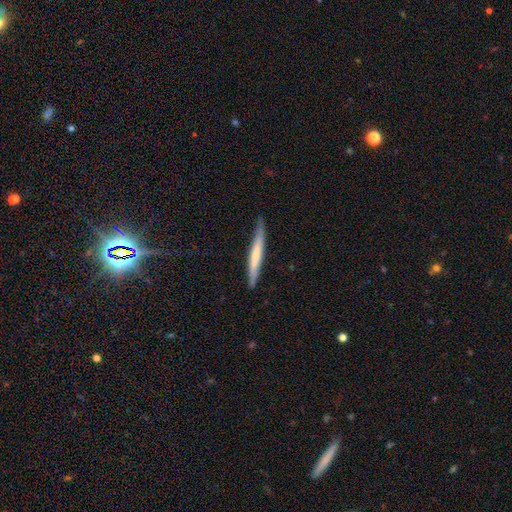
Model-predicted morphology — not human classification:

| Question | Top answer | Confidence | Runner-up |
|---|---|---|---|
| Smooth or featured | smooth | 57% | featured or disk (38%) |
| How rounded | cigar-shaped | 96% | in between (3%) |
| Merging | none | 80% | minor disturbance (16%) |